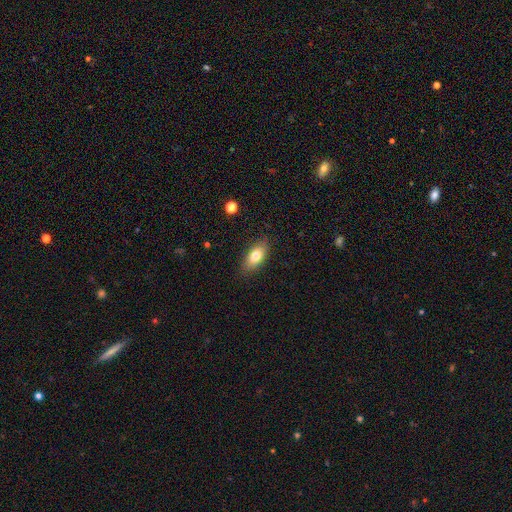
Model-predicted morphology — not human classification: Smooth or featured? Predicted: smooth (p=0.77). How rounded? Predicted: in between (p=0.86). Merging? Predicted: none (p=0.85).